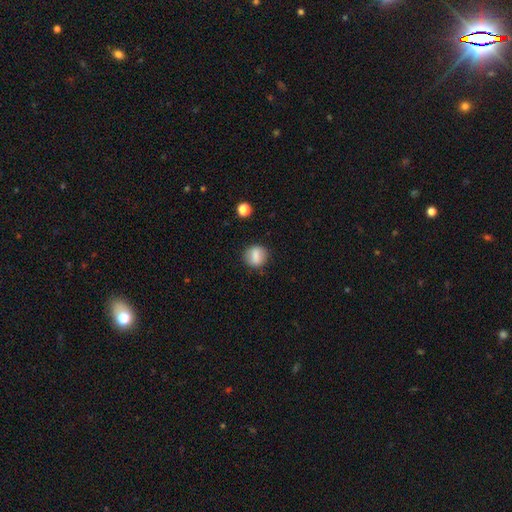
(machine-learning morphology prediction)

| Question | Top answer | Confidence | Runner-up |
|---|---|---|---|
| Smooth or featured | smooth | 80% | featured or disk (12%) |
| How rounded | round | 72% | in between (26%) |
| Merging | none | 84% | minor disturbance (11%) |